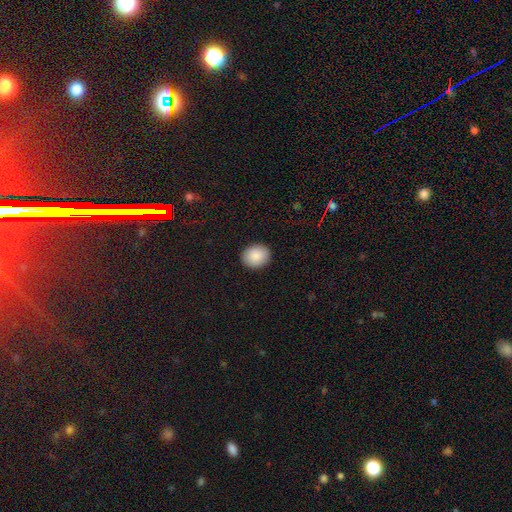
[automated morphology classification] smooth_or_featured: smooth (p=0.89) [alt: star or artifact p=0.07]
how_rounded: round (p=0.62) [alt: in between p=0.38]
merging: none (p=0.91) [alt: minor disturbance p=0.07]